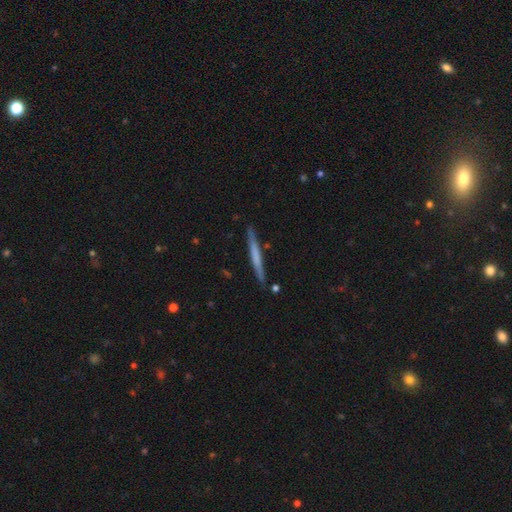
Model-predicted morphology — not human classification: type=smooth (52%); roundness=cigar-shaped (97%); merging=none (89%).